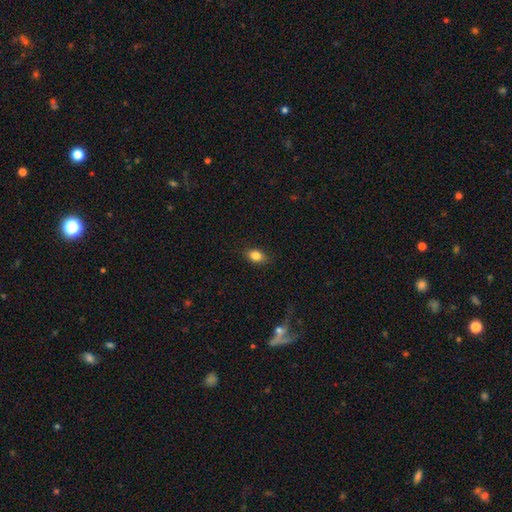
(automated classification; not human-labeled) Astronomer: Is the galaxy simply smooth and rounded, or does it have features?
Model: smooth — 85%.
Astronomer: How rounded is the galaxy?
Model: in between — 76%.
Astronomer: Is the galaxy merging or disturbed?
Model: none — 86%.